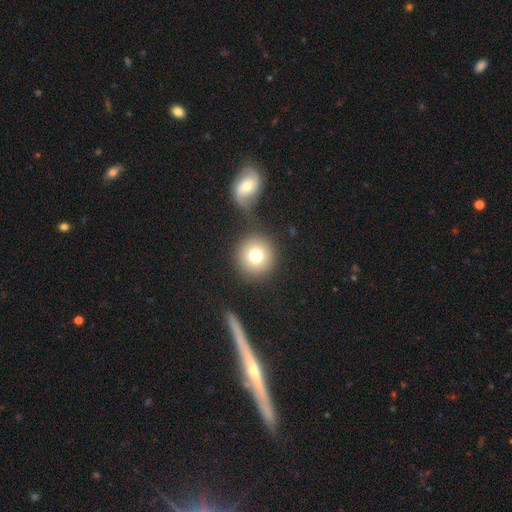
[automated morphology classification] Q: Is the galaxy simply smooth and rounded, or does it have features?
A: smooth — 78%.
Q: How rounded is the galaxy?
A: round — 93%.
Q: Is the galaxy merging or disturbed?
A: none — 74%.